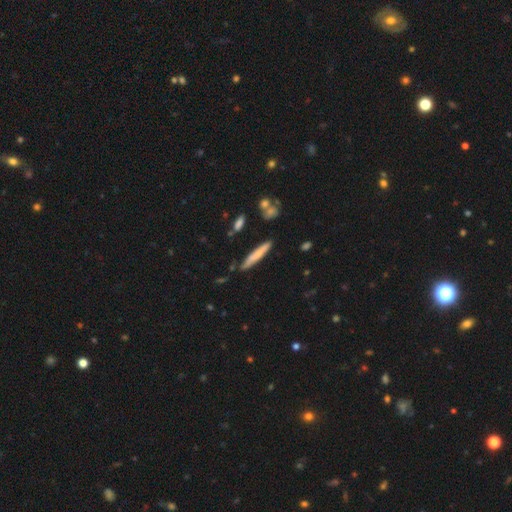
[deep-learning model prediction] smooth-or-featured: smooth: 71% | featured or disk: 23% | star or artifact: 6%
  how-rounded: cigar-shaped: 92% | in between: 7% | round: 1%
  merging: none: 82% | minor disturbance: 12% | merger: 3% | major disturbance: 2%